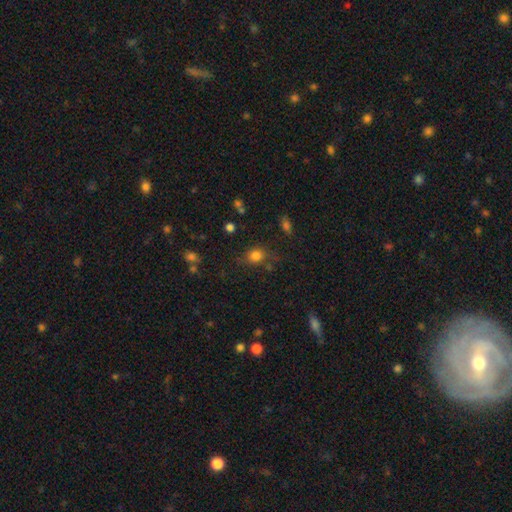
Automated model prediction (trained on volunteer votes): Smooth or featured?
  - smooth: 79% *
  - star or artifact: 14%
  - featured or disk: 7%
How rounded?
  - round: 62% *
  - in between: 37%
  - cigar-shaped: 1%
Merging?
  - none: 71% *
  - minor disturbance: 17%
  - major disturbance: 7%
  - merger: 5%